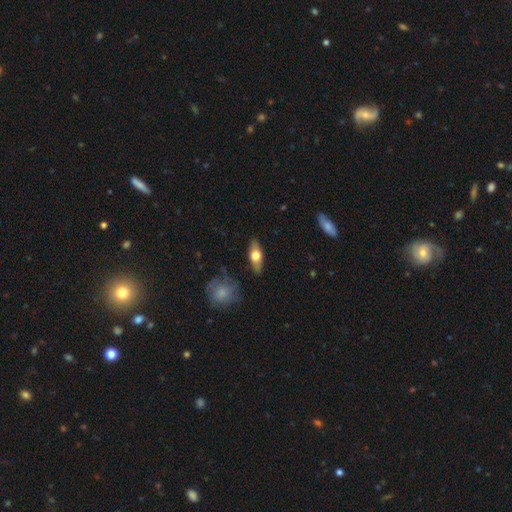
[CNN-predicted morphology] A smooth galaxy with no disk features (52%) that is in between round and cigar-shaped (68%).

Vote fractions:
- Smooth or featured? smooth: 52% / featured or disk: 42% / star or artifact: 6%
- How rounded? in between: 68% / cigar-shaped: 26% / round: 6%
- Merging? none: 85% / minor disturbance: 11% / major disturbance: 3% / merger: 2%